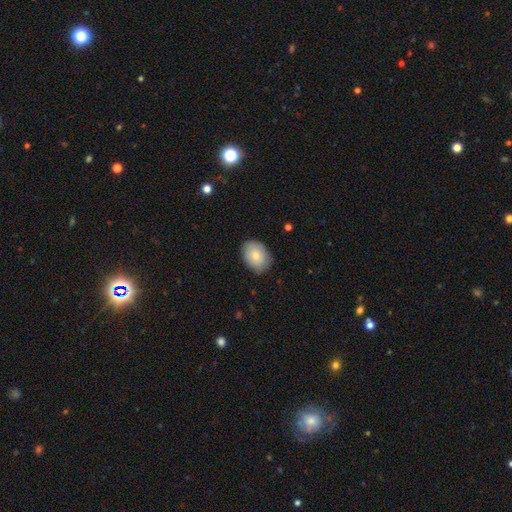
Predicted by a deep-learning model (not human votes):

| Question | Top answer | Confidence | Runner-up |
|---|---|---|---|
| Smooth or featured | smooth | 81% | featured or disk (12%) |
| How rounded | in between | 72% | round (27%) |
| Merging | none | 82% | minor disturbance (14%) |